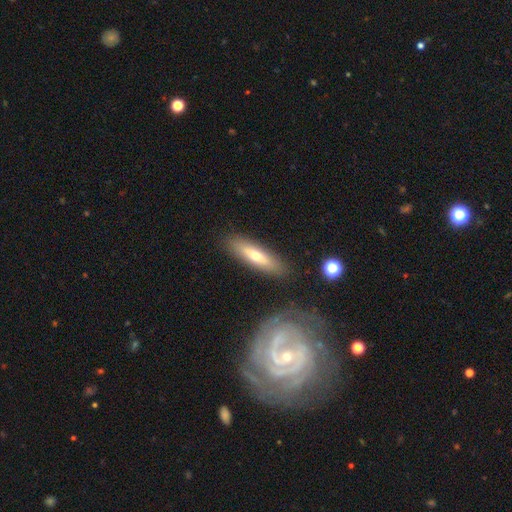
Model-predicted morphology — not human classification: type=smooth (58%); roundness=cigar-shaped (64%); merging=none (86%).